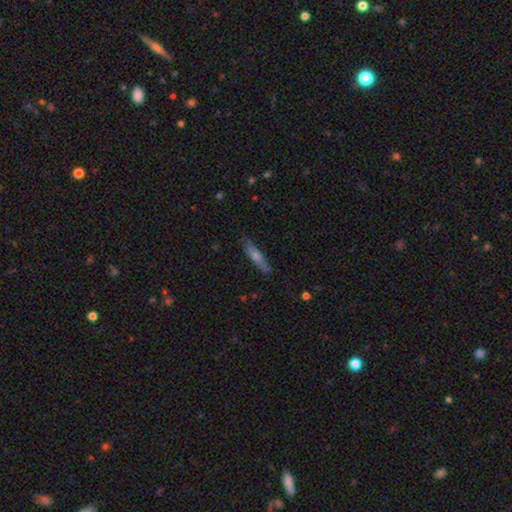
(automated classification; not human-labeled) Smooth or featured? Predicted: featured or disk (p=0.48). Merging? Predicted: none (p=0.85).